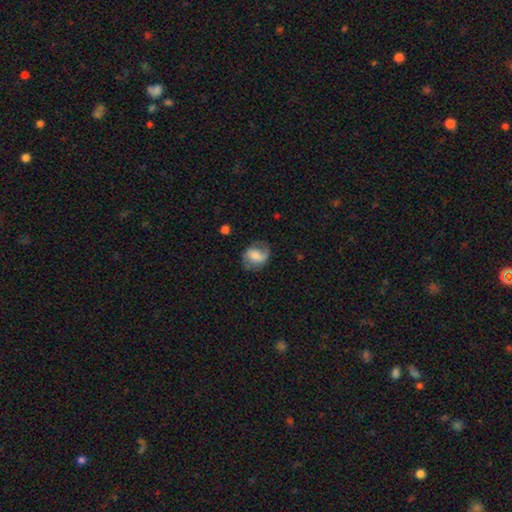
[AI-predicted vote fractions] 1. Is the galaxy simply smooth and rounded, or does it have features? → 54% smooth, 39% featured or disk, 8% star or artifact.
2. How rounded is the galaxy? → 50% in between, 48% round, 1% cigar-shaped.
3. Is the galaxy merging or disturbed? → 64% none, 23% minor disturbance, 12% major disturbance, 2% merger.